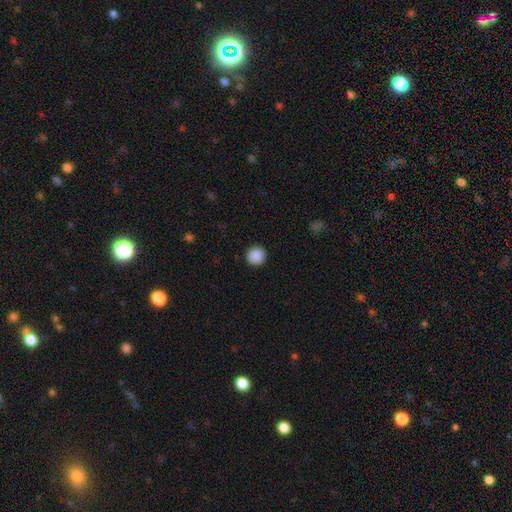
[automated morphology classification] Smooth or featured? Predicted: smooth (p=0.89). How rounded? Predicted: round (p=0.95). Merging? Predicted: none (p=0.93).